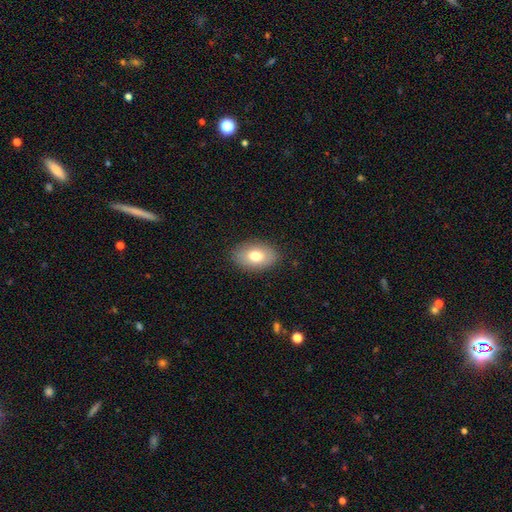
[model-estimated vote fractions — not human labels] This appears to be a smooth galaxy with no disk features (74%) that is in between round and cigar-shaped (88%). Merging: none (86%).